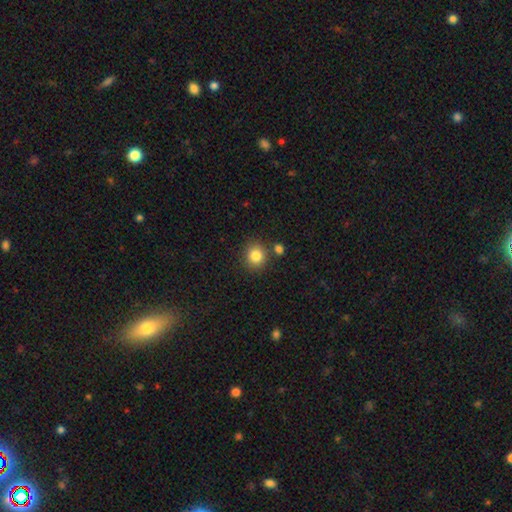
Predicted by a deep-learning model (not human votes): Morphology: type=smooth (84%); roundness=round (83%); merging=none (78%).